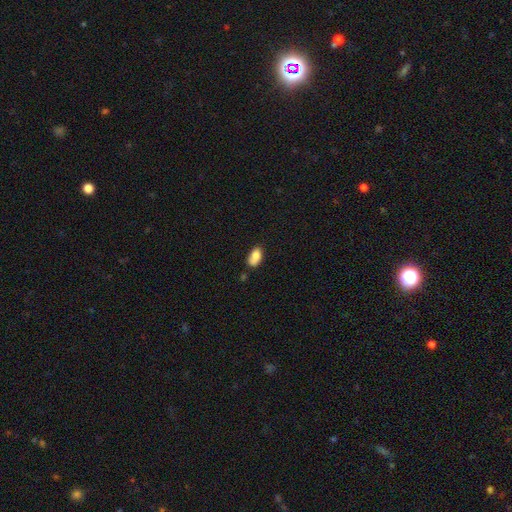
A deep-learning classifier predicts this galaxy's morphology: This is likely a smooth galaxy (80%). How rounded: clearly in between (90%). Merging: possibly none (53%).